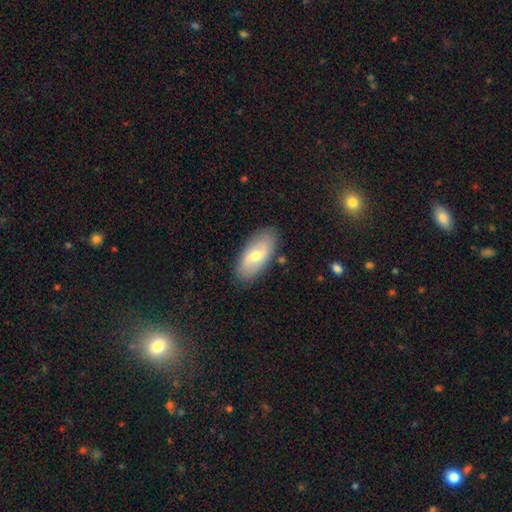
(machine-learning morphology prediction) This is possibly a smooth galaxy (49%). Merging: clearly none (86%).